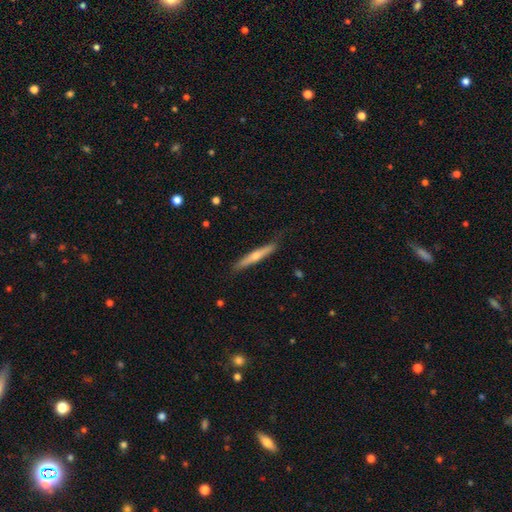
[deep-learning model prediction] Smooth or featured? Predicted: featured or disk (p=0.57). Edge-on disk? Predicted: yes (p=0.95). Edge-on bulge? Predicted: rounded (p=0.75). Merging? Predicted: none (p=0.83).